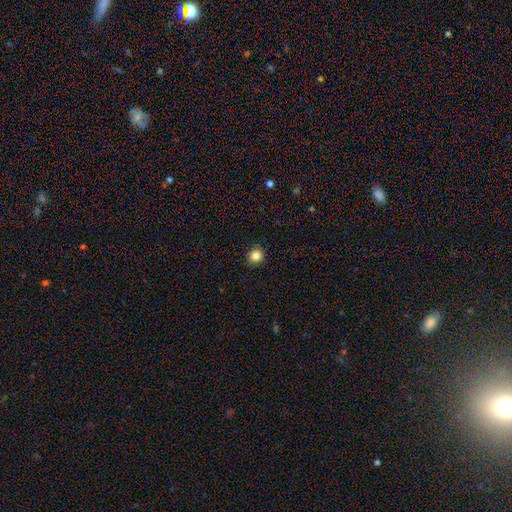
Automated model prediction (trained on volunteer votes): A smooth galaxy with no disk features (84%) that is round (90%).

Vote fractions:
- Smooth or featured? smooth: 84% / star or artifact: 11% / featured or disk: 4%
- How rounded? round: 90% / in between: 9% / cigar-shaped: 1%
- Merging? none: 90% / minor disturbance: 7% / major disturbance: 2% / merger: 1%